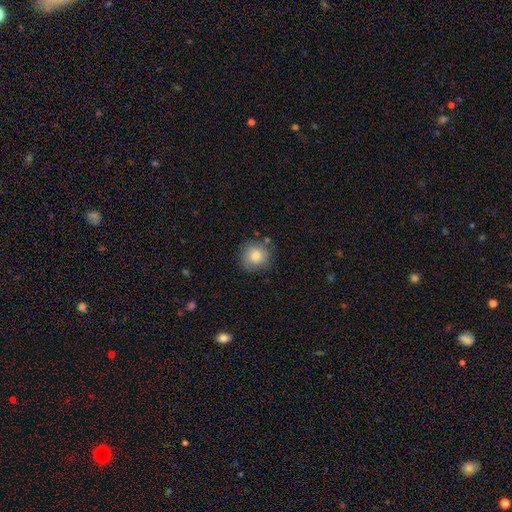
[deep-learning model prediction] smooth_or_featured: smooth (p=0.81) [alt: featured or disk p=0.10]
how_rounded: round (p=0.88) [alt: in between p=0.11]
merging: none (p=0.78) [alt: minor disturbance p=0.15]